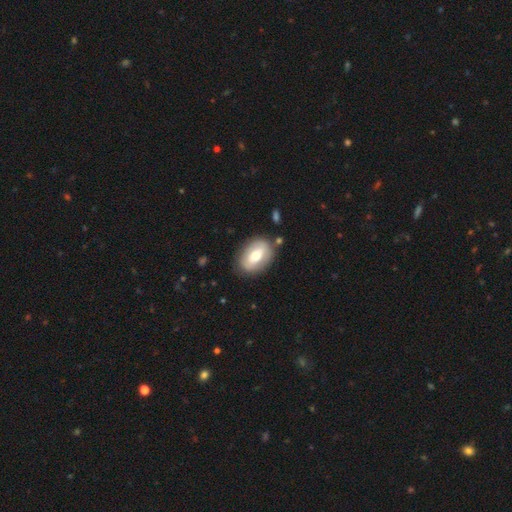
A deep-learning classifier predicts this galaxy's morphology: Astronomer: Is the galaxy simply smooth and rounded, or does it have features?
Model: smooth — 52% (runner-up: featured or disk, 42%).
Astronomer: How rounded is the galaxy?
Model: in between — 82%.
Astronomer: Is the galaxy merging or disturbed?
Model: none — 80%.